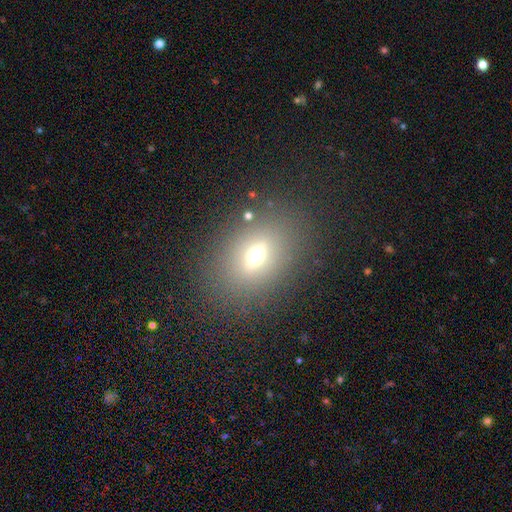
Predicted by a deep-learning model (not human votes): Smooth or featured? Predicted: smooth (p=0.52). How rounded? Predicted: in between (p=0.68). Merging? Predicted: none (p=0.82).